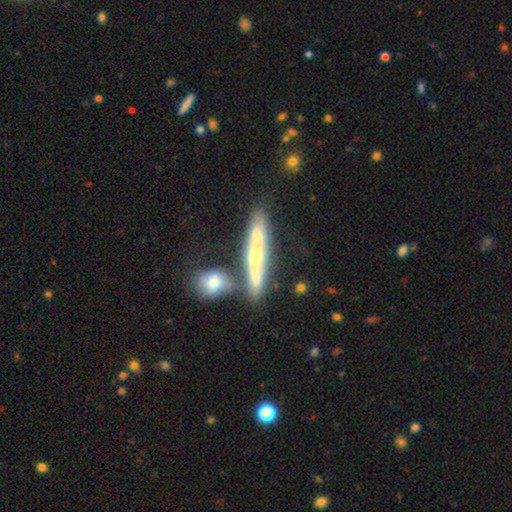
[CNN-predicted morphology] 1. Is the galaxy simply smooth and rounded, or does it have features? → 62% featured or disk, 30% smooth, 7% star or artifact.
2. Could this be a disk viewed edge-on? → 82% yes, 18% no.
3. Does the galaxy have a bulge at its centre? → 79% rounded, 14% none, 6% boxy.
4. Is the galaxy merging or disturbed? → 58% none, 24% merger, 13% minor disturbance, 5% major disturbance.